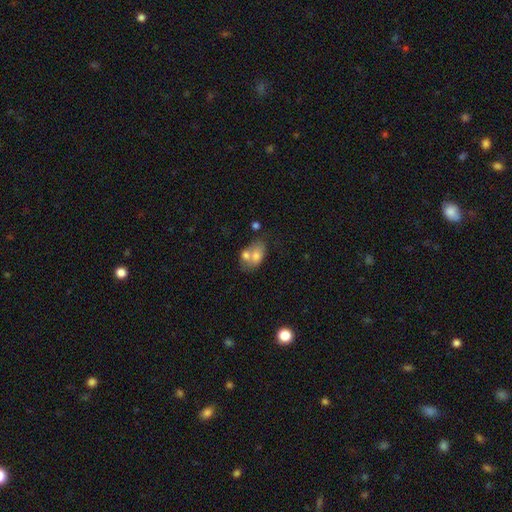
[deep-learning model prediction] Smooth or featured: smooth — 66% (featured or disk — 26%)
How rounded: in between — 80% (round — 18%)
Merging: merger — 54% (none — 27%)